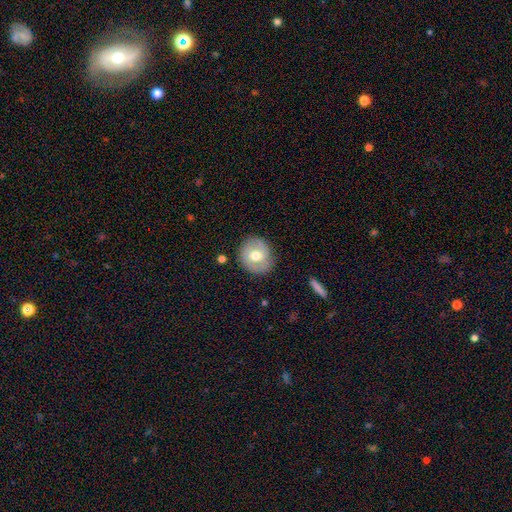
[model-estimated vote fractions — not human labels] smooth 49%, featured or disk 44%, star or artifact 7%. Down the decision tree: merging — none (82%).